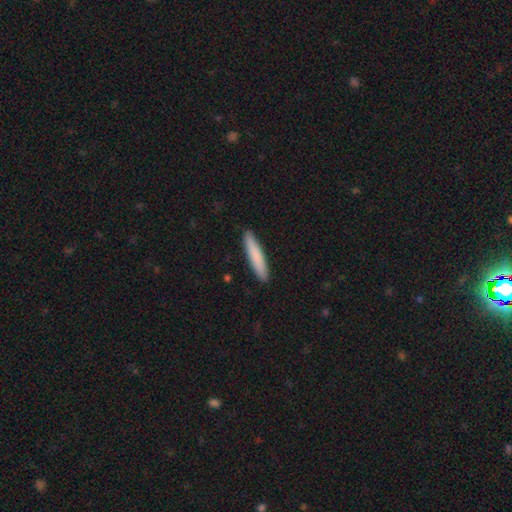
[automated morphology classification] A smooth galaxy with no disk features (83%) that is cigar-shaped (91%).

Vote fractions:
- Smooth or featured? smooth: 83% / featured or disk: 12% / star or artifact: 5%
- How rounded? cigar-shaped: 91% / in between: 8% / round: 1%
- Merging? none: 91% / minor disturbance: 7% / major disturbance: 1% / merger: 1%